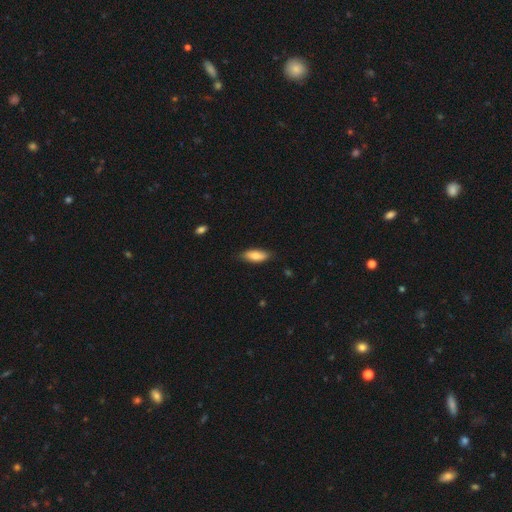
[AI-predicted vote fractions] Smooth or featured? Predicted: smooth (p=0.80). How rounded? Predicted: in between (p=0.77). Merging? Predicted: none (p=0.81).